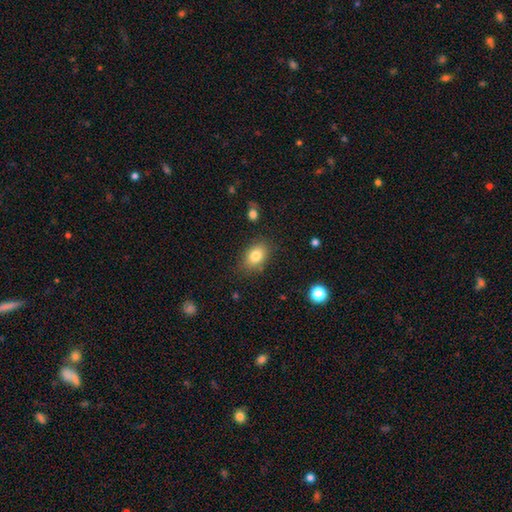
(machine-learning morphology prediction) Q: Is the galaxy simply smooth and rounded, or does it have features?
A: smooth — 82%.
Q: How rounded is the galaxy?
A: in between — 81%.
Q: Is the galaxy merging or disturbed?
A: none — 81%.